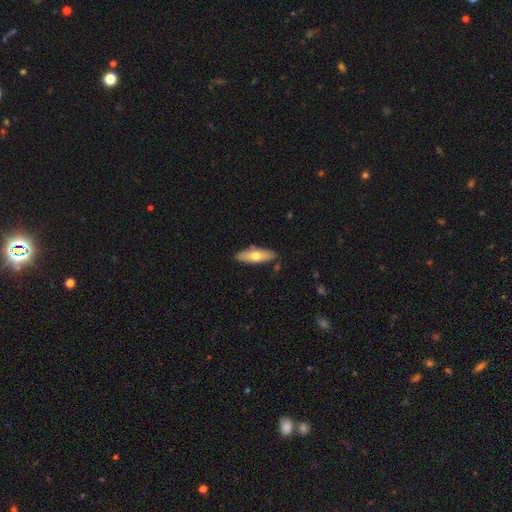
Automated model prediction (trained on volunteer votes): This is likely a smooth galaxy (62%). How rounded: possibly in between (55%). Merging: clearly none (84%).